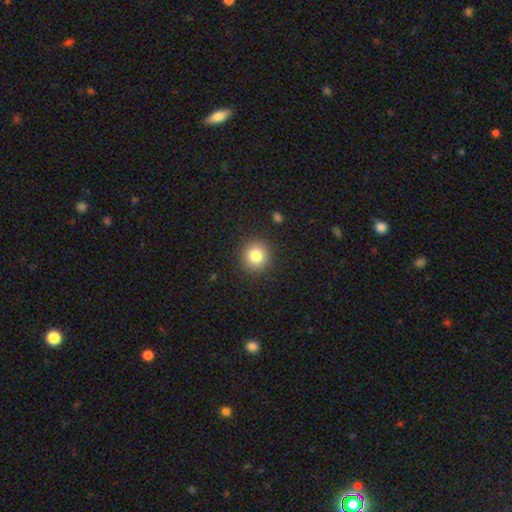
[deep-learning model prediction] A smooth galaxy with no disk features (82%) that is round (92%). Merging: none (90%).